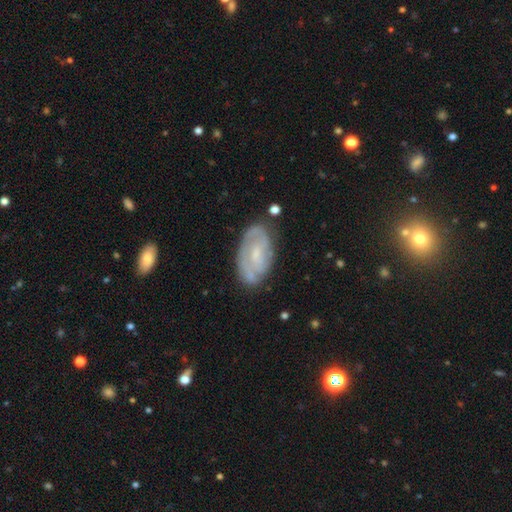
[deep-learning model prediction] featured or disk 68%, smooth 24%, star or artifact 8%. Down the decision tree: edge-on disk — no (95%); bar — no (52%); spiral arms — yes (82%); spiral arm count — 2 (44%); spiral winding — tight (52%); bulge size — small (61%); merging — none (74%).